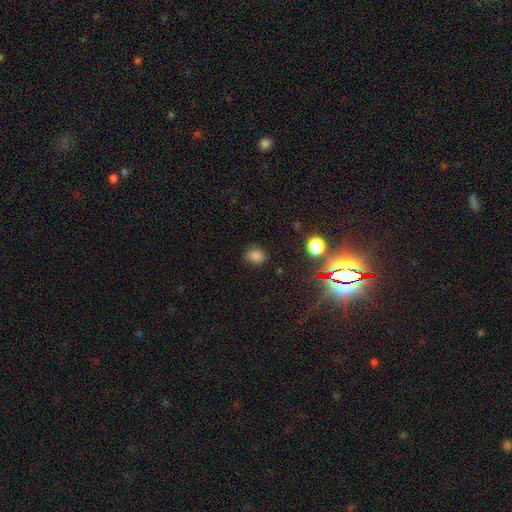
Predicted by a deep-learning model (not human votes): smooth-or-featured: smooth: 75% | star or artifact: 17% | featured or disk: 7%
  how-rounded: round: 64% | in between: 35% | cigar-shaped: 1%
  merging: none: 74% | minor disturbance: 20% | major disturbance: 4% | merger: 2%